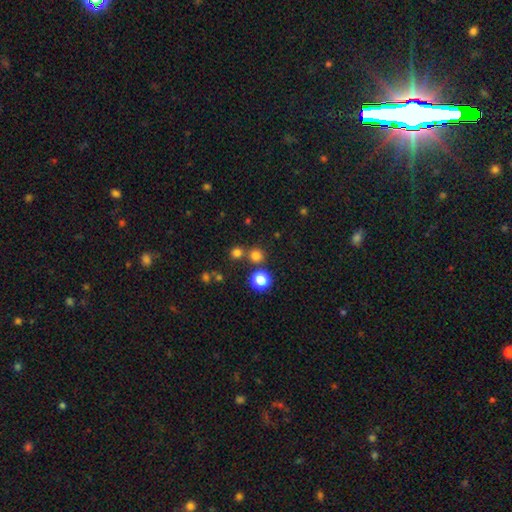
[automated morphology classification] Smooth or featured: smooth — 76% (star or artifact — 19%)
How rounded: round — 93% (in between — 6%)
Merging: none — 75% (merger — 17%)